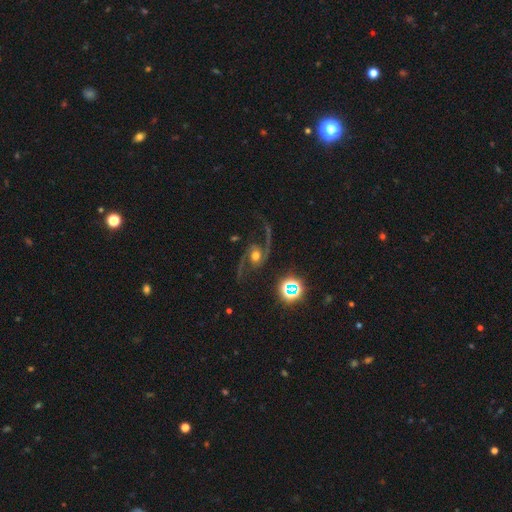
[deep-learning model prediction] A featured or disk galaxy (87%) with no bar (59%), 2 (93%) loose (75%) spiral arms (98%) and a moderate central bulge (64%). Merging: none (71%).